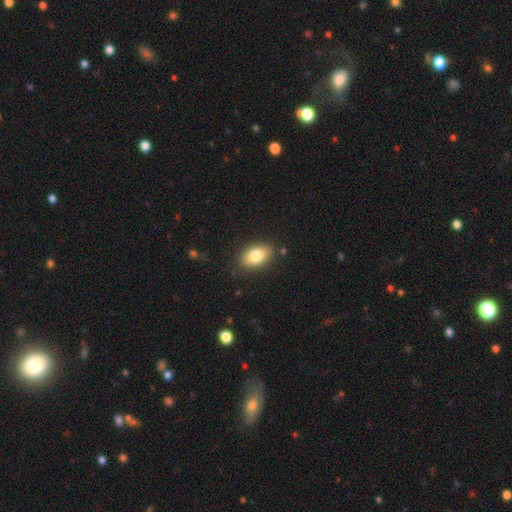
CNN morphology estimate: Q: Smooth or featured?
A: smooth (81%); runner-up: featured or disk (11%)
Q: How rounded?
A: in between (89%); runner-up: round (9%)
Q: Merging?
A: none (84%); runner-up: minor disturbance (11%)